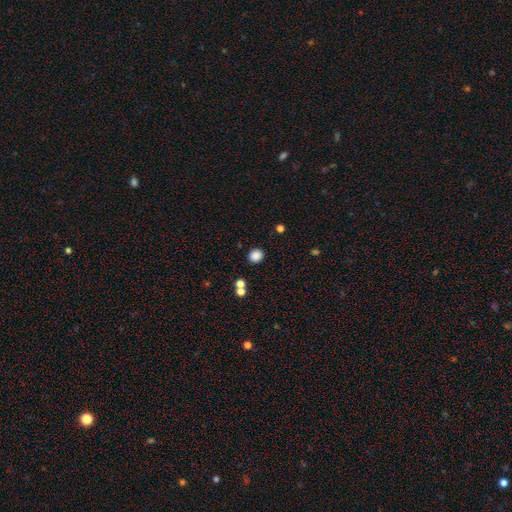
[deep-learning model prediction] Smooth or featured?
  - smooth: 85% *
  - star or artifact: 11%
  - featured or disk: 4%
How rounded?
  - round: 74% *
  - in between: 25%
  - cigar-shaped: 1%
Merging?
  - none: 86% *
  - minor disturbance: 7%
  - merger: 4%
  - major disturbance: 3%